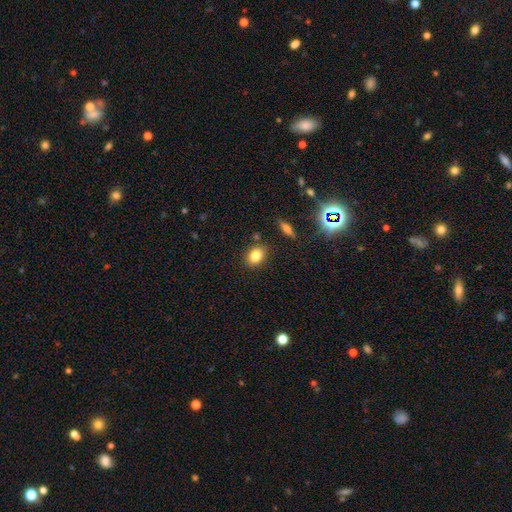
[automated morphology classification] A smooth galaxy with no disk features (82%) that is in between round and cigar-shaped (59%). Merging: none (83%).